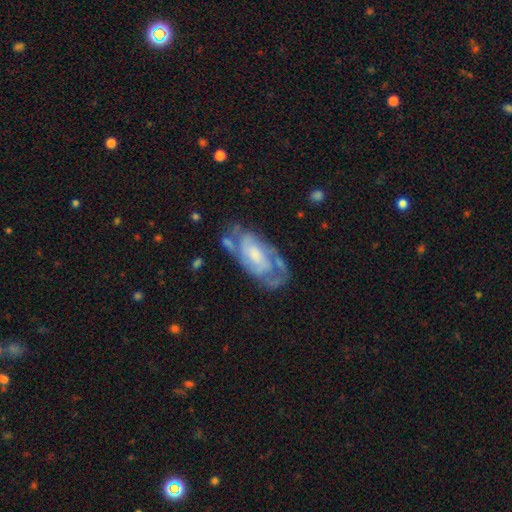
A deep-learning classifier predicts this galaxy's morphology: Q: Smooth or featured?
A: featured or disk (76%); runner-up: smooth (18%)
Q: Edge-on disk?
A: no (94%); runner-up: yes (6%)
Q: Bar?
A: no (56%); runner-up: weak (35%)
Q: Spiral arms?
A: yes (85%); runner-up: no (15%)
Q: Spiral winding?
A: tight (47%); runner-up: medium (40%)
Q: Spiral arm count?
A: 2 (49%); runner-up: can't tell (31%)
Q: Bulge size?
A: moderate (38%); runner-up: small (31%)
Q: Merging?
A: none (56%); runner-up: minor disturbance (24%)